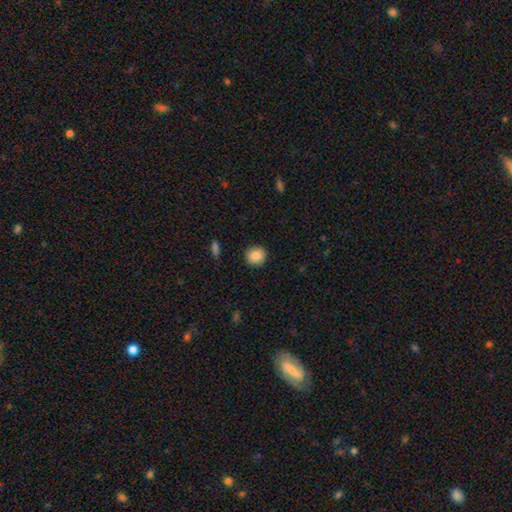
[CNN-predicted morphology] Q: Smooth or featured?
A: smooth (86%); runner-up: star or artifact (8%)
Q: How rounded?
A: round (90%); runner-up: in between (9%)
Q: Merging?
A: none (91%); runner-up: minor disturbance (6%)